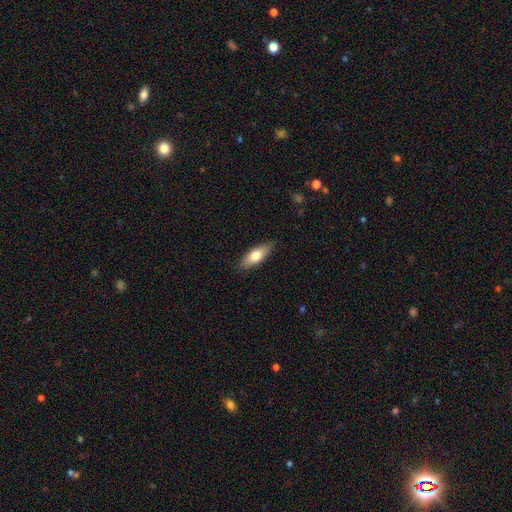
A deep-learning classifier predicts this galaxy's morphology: The model was most divided on "how rounded": in between: 66%, cigar-shaped: 32%, round: 2%. More confident: merging — none (86%); smooth or featured — smooth (71%).